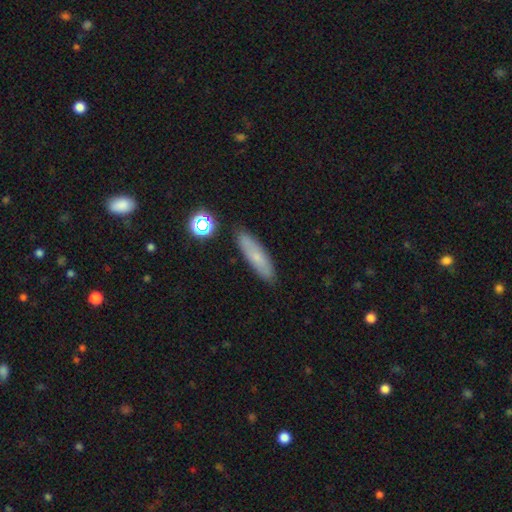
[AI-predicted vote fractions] smooth_or_featured: smooth (p=0.68) [alt: featured or disk p=0.23]
how_rounded: cigar-shaped (p=0.69) [alt: in between p=0.28]
merging: none (p=0.86) [alt: minor disturbance p=0.10]